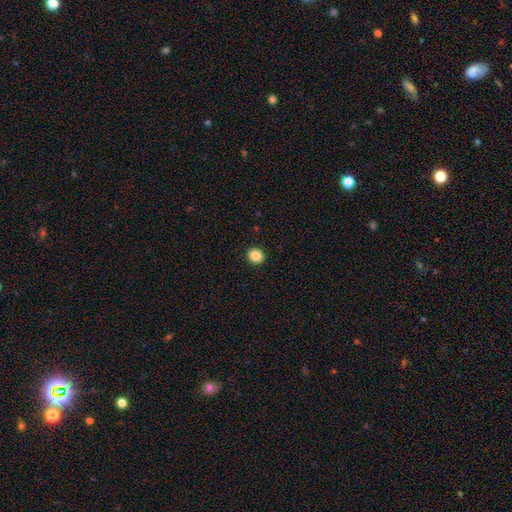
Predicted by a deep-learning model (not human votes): Smooth or featured: smooth — 86% (star or artifact — 10%)
How rounded: round — 87% (in between — 12%)
Merging: none — 94% (minor disturbance — 4%)